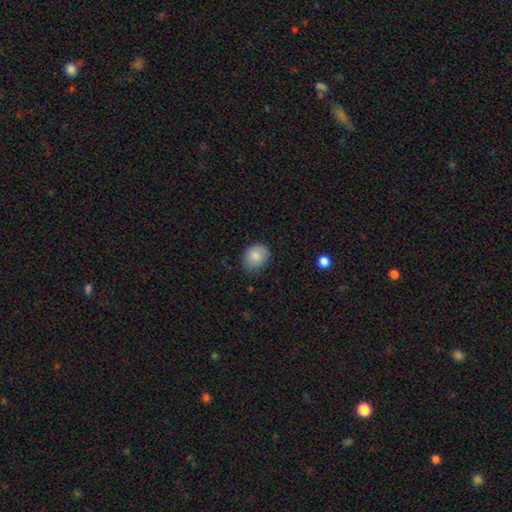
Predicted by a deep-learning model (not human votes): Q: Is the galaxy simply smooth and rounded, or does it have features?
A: smooth — 85%.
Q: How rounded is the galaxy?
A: round — 50%.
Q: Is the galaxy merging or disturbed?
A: none — 75%.